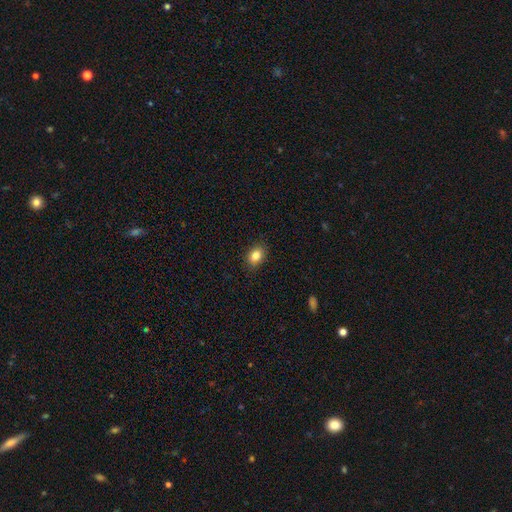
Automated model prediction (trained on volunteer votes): Smooth or featured? smooth (85%)
How rounded? in between (75%)
Merging? none (88%)